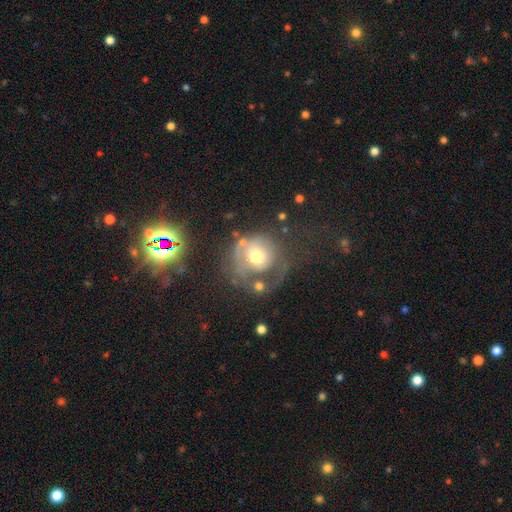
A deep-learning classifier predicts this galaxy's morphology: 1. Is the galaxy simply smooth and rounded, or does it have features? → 46% featured or disk, 43% smooth, 11% star or artifact.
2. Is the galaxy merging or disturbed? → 36% none (tied), 36% major disturbance (tied), 19% minor disturbance, 10% merger.